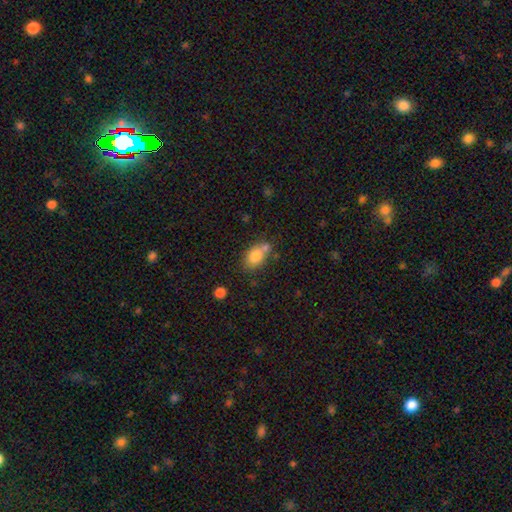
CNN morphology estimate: A smooth galaxy with no disk features (80%) that is in between round and cigar-shaped (83%).

Vote fractions:
- Smooth or featured? smooth: 80% / featured or disk: 12% / star or artifact: 9%
- How rounded? in between: 83% / round: 15% / cigar-shaped: 2%
- Merging? none: 49% / merger: 28% / minor disturbance: 18% / major disturbance: 5%